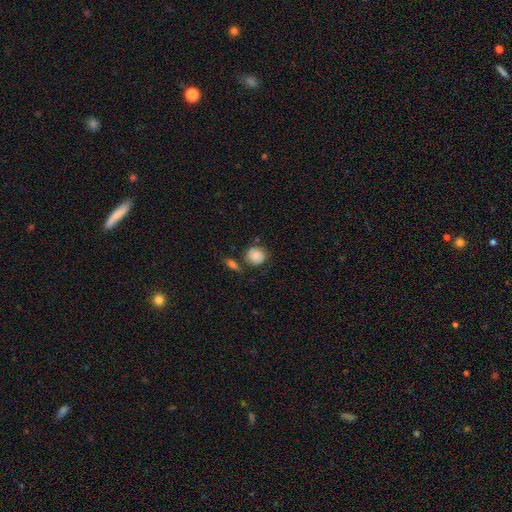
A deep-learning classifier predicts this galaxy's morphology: type=smooth (75%); roundness=round (83%); merging=none (67%).